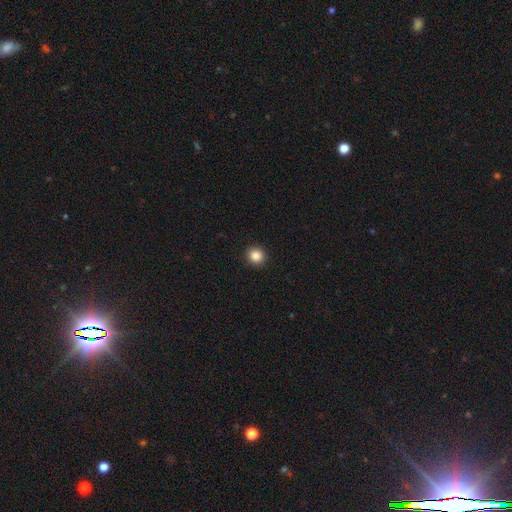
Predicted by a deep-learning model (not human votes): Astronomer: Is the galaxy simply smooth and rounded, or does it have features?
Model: smooth — 86%.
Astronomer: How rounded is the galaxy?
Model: round — 89%.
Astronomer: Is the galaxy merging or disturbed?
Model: none — 93%.